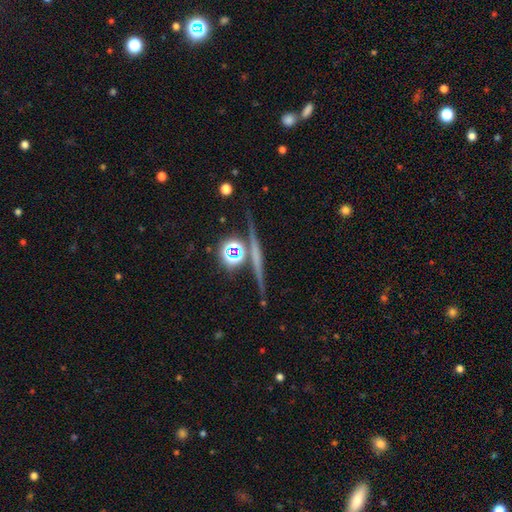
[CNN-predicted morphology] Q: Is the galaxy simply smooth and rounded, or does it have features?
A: featured or disk — 48%.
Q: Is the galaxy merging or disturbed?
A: none — 82%.